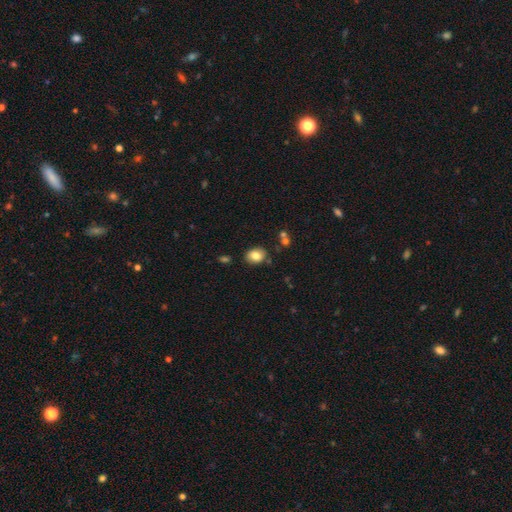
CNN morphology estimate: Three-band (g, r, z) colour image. It shows a smooth galaxy with no disk features (82%) that is in between round and cigar-shaped (64%). Merging: none (81%).